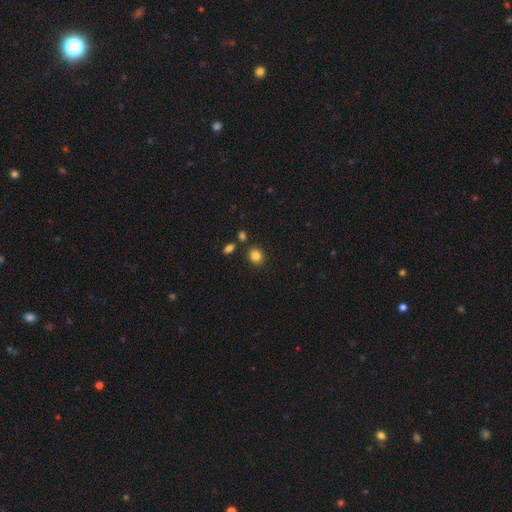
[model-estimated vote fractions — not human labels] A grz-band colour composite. It shows a smooth galaxy with no disk features (84%) that is round (67%). Merging: none (83%).